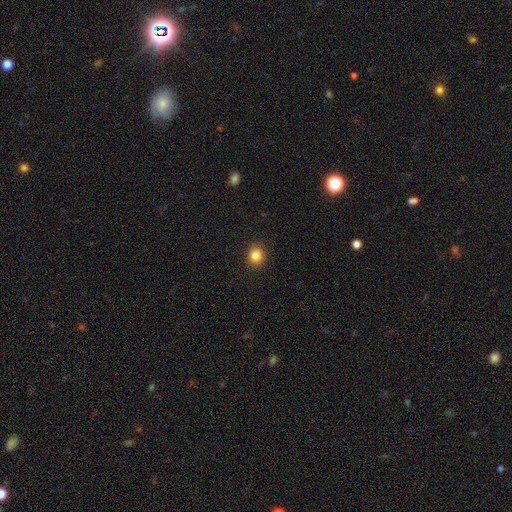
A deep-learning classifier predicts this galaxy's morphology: Q: Smooth or featured?
A: smooth (84%); runner-up: star or artifact (11%)
Q: How rounded?
A: round (77%); runner-up: in between (22%)
Q: Merging?
A: none (90%); runner-up: minor disturbance (7%)